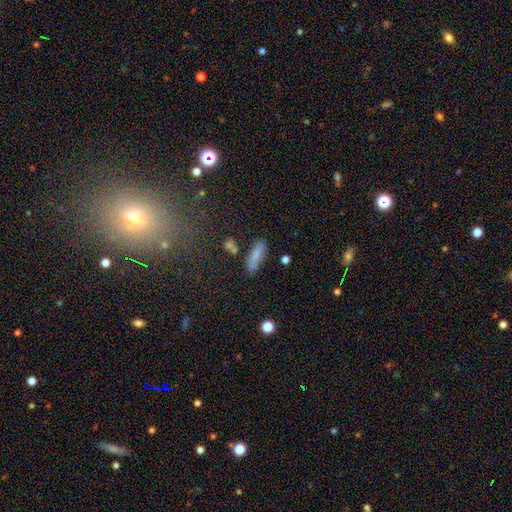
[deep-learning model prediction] Morphology: type=smooth (80%); roundness=in between (54%); merging=none (75%).